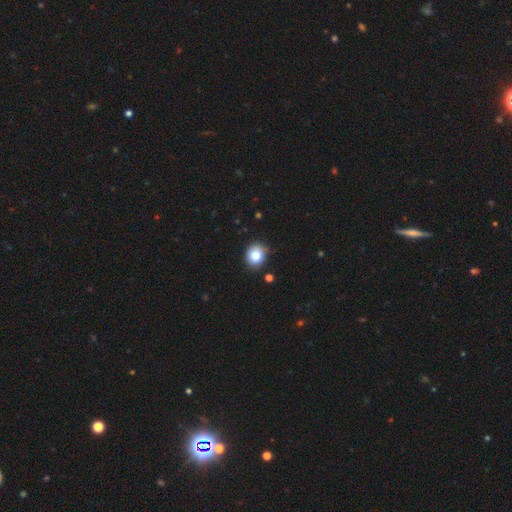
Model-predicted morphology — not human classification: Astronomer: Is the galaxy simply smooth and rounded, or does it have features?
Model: smooth — 82%.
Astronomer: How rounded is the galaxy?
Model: round — 74%.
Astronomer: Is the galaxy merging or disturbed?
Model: none — 86%.